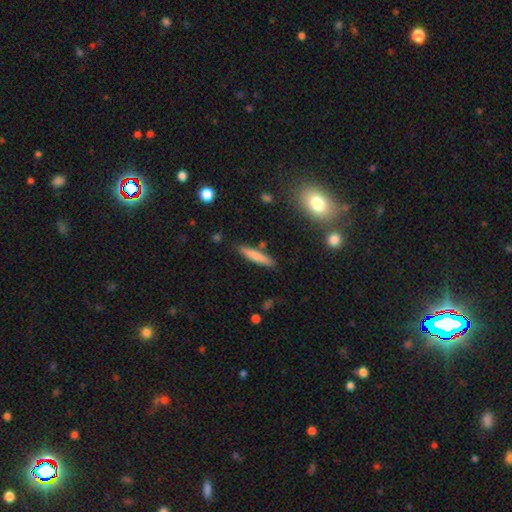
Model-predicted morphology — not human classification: smooth-or-featured: smooth: 74% | featured or disk: 19% | star or artifact: 7%
  how-rounded: cigar-shaped: 87% | in between: 12% | round: 2%
  merging: none: 85% | minor disturbance: 10% | merger: 4% | major disturbance: 2%